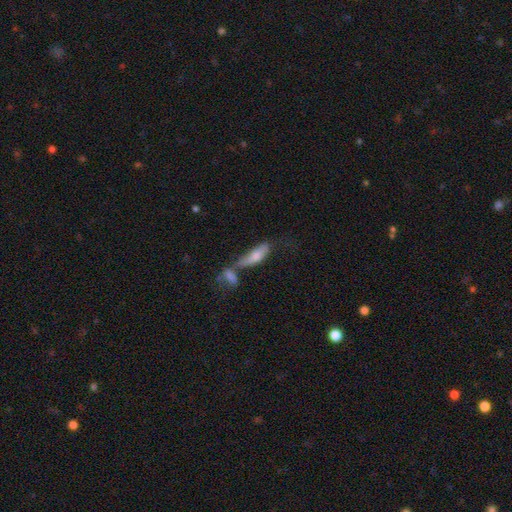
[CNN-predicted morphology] Smooth or featured?
  - smooth: 49% *
  - featured or disk: 39%
  - star or artifact: 12%
Merging?
  - merger: 46% *
  - none: 29%
  - minor disturbance: 14%
  - major disturbance: 11%